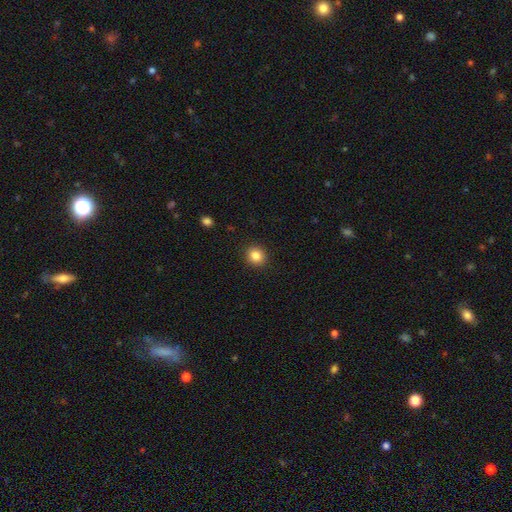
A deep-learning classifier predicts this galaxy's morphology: Smooth or featured? Predicted: smooth (p=0.85). How rounded? Predicted: round (p=0.79). Merging? Predicted: none (p=0.91).